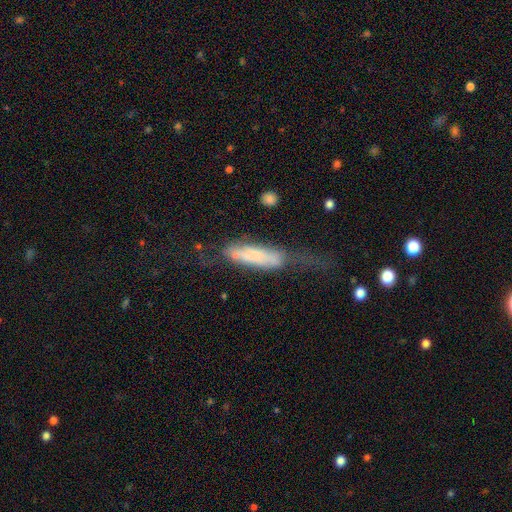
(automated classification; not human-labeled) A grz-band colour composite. It shows a smooth galaxy with no disk features (54%) that is cigar-shaped (66%). Merging: major disturbance (36%).